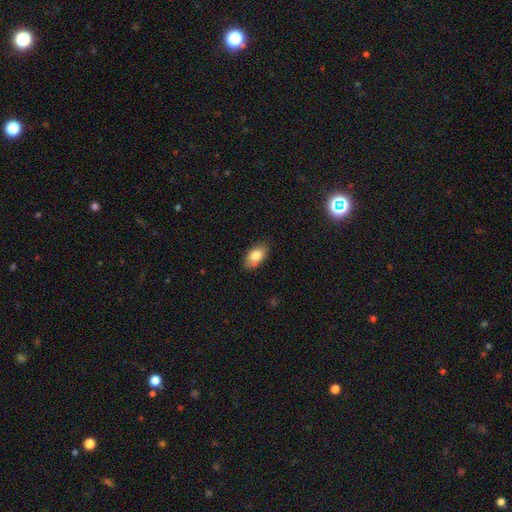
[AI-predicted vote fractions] Morphology: type=smooth (81%); roundness=in between (92%); merging=none (78%).